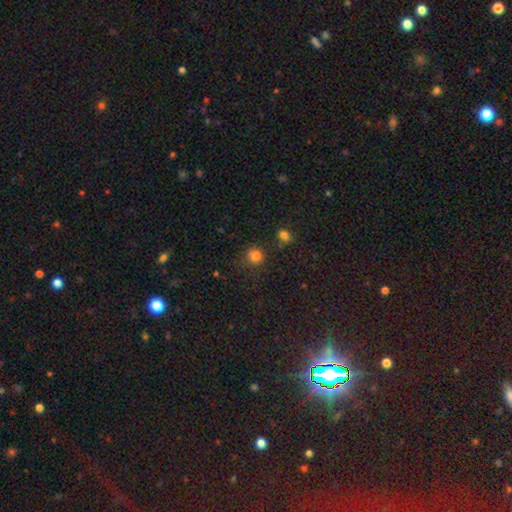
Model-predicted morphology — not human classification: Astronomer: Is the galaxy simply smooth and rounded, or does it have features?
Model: smooth — 73%.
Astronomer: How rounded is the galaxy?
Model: round — 76%.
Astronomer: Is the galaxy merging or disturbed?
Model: none — 59%.